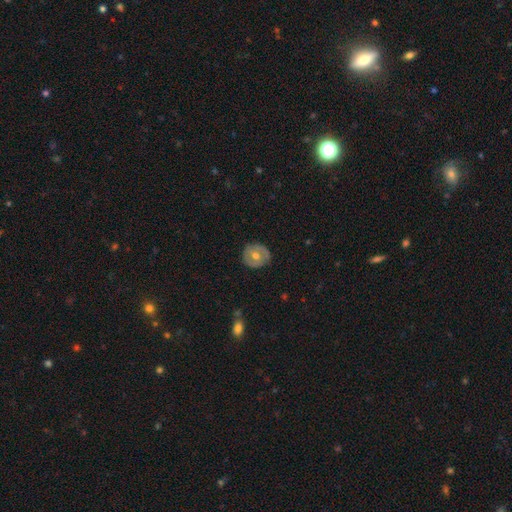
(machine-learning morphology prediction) Q: Smooth or featured?
A: featured or disk (48%); runner-up: smooth (45%)
Q: Merging?
A: none (84%); runner-up: minor disturbance (12%)